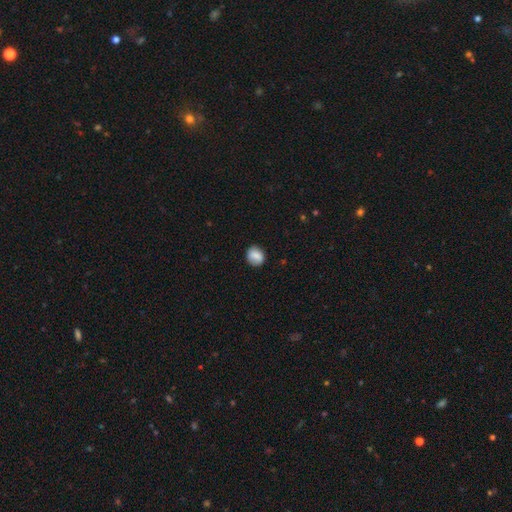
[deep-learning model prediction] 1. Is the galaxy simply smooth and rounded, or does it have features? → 81% smooth, 11% featured or disk, 8% star or artifact.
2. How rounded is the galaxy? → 73% round, 26% in between, 1% cigar-shaped.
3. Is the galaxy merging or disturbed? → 84% none, 12% minor disturbance, 3% major disturbance, 1% merger.